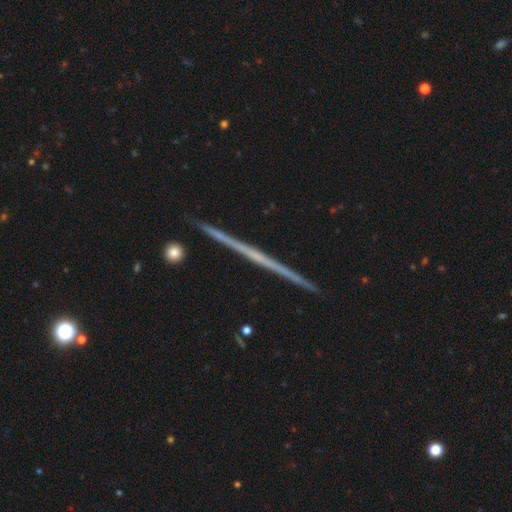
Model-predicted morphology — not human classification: This appears to be a featured or disk galaxy (75%) viewed edge-on (98%) with no central bulge (81%). Merging: none (93%).